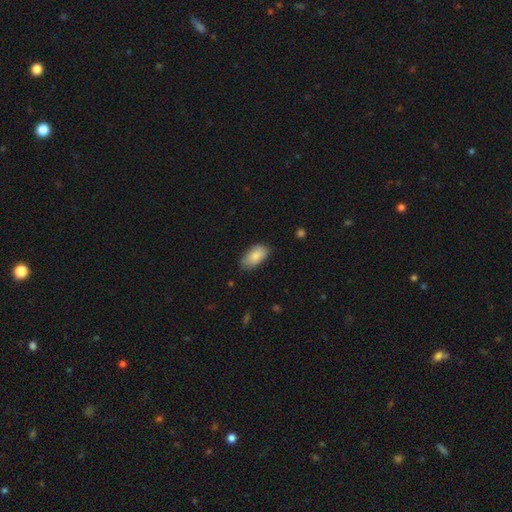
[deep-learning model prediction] A smooth galaxy with no disk features (86%) that is in between round and cigar-shaped (94%).

Vote fractions:
- Smooth or featured? smooth: 86% / featured or disk: 8% / star or artifact: 6%
- How rounded? in between: 94% / cigar-shaped: 3% / round: 3%
- Merging? none: 76% / minor disturbance: 20% / major disturbance: 3% / merger: 1%